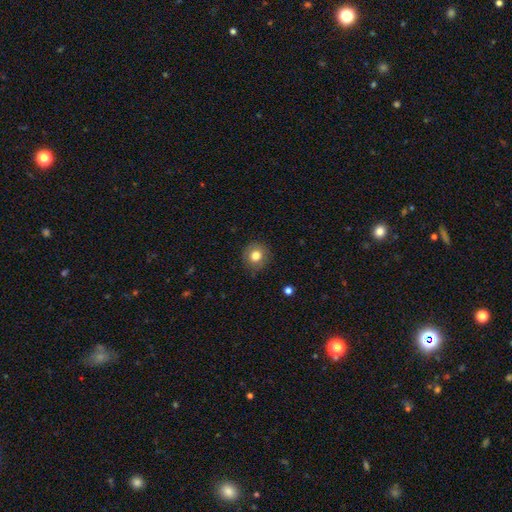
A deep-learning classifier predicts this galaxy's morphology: Smooth or featured?
  - smooth: 79% *
  - featured or disk: 10%
  - star or artifact: 10%
How rounded?
  - round: 87% *
  - in between: 12%
  - cigar-shaped: 1%
Merging?
  - none: 86% *
  - minor disturbance: 10%
  - major disturbance: 3%
  - merger: 1%